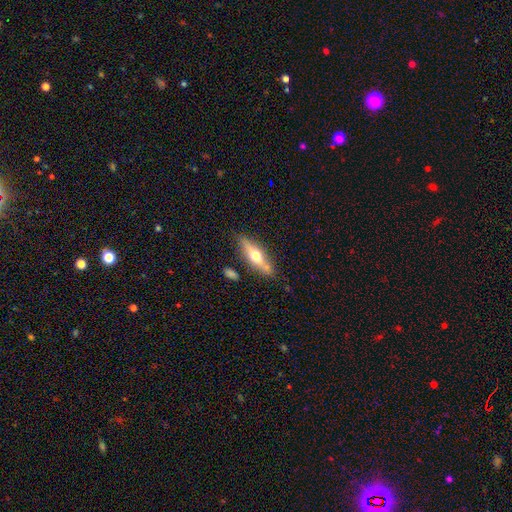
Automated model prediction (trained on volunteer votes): featured or disk 55%, smooth 39%, star or artifact 6%. Down the decision tree: edge-on disk — yes (89%); merging — none (77%).